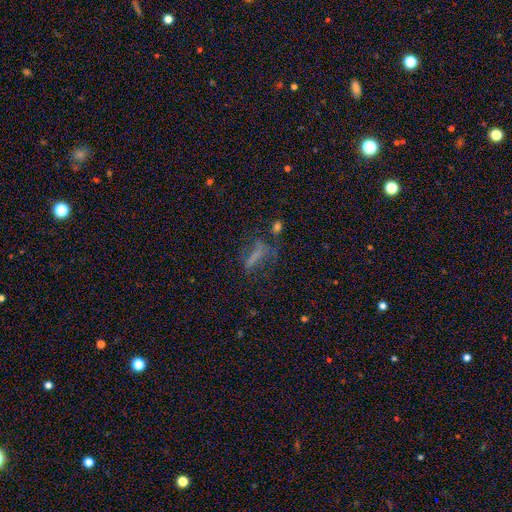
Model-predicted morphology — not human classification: Q: Smooth or featured?
A: smooth (46%); runner-up: featured or disk (30%)
Q: Merging?
A: none (38%); runner-up: major disturbance (34%)